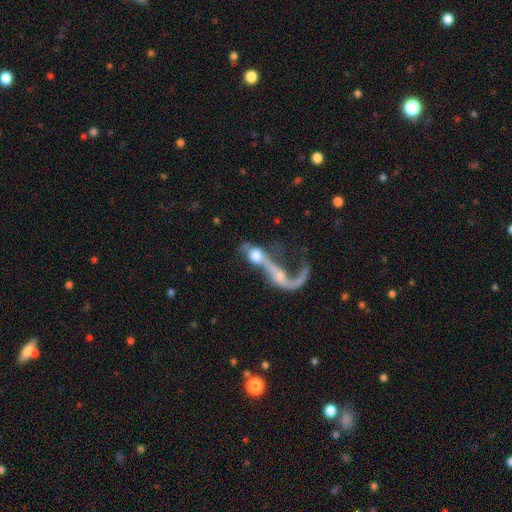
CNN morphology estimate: smooth-or-featured: featured or disk: 52% | smooth: 38% | star or artifact: 10%
  disk-edge-on: no: 85% | yes: 15%
  merging: merger: 63% | major disturbance: 21% | none: 11% | minor disturbance: 6%